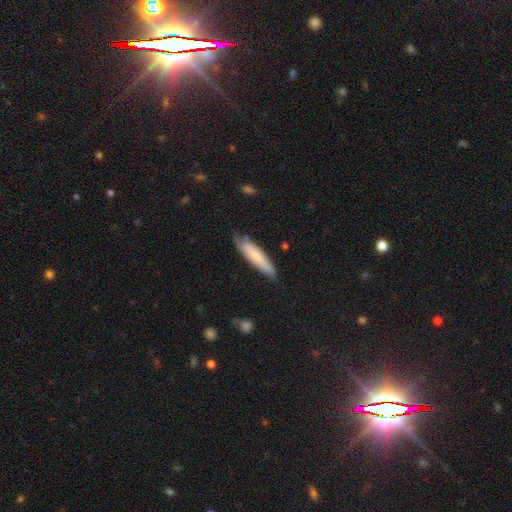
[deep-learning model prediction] Smooth or featured: smooth — 71% (featured or disk — 23%)
How rounded: cigar-shaped — 78% (in between — 20%)
Merging: none — 66% (minor disturbance — 27%)